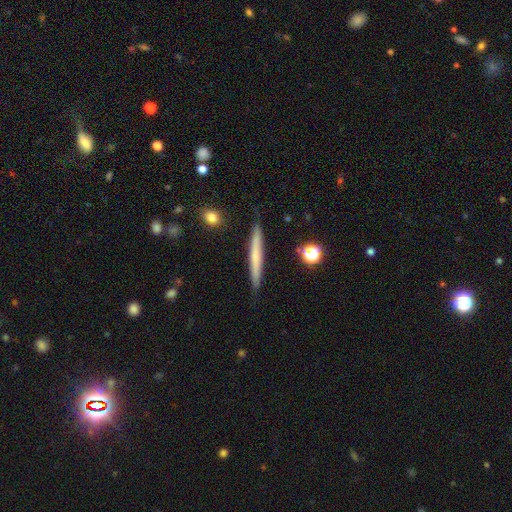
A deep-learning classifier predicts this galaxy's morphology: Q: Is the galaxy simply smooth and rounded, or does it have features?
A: smooth — 55%.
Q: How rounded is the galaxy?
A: cigar-shaped — 96%.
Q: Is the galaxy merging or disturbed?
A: none — 89%.